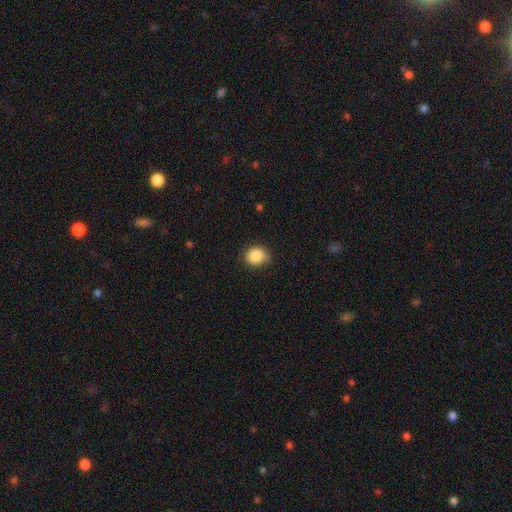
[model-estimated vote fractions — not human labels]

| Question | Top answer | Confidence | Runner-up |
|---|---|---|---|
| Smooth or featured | smooth | 87% | star or artifact (9%) |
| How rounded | round | 68% | in between (31%) |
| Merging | none | 73% | minor disturbance (22%) |